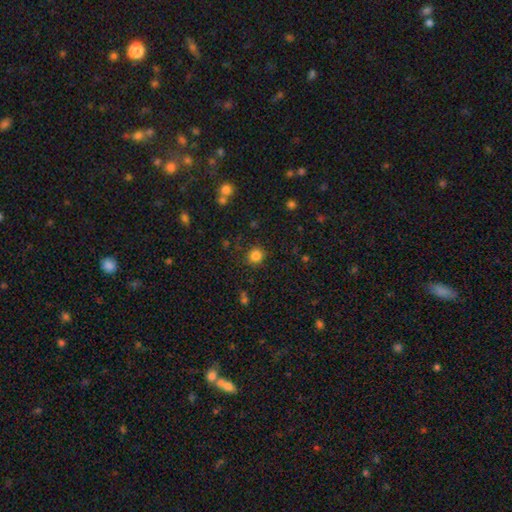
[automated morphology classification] This appears to be a smooth galaxy with no disk features (83%) that is round (90%). Merging: none (86%).